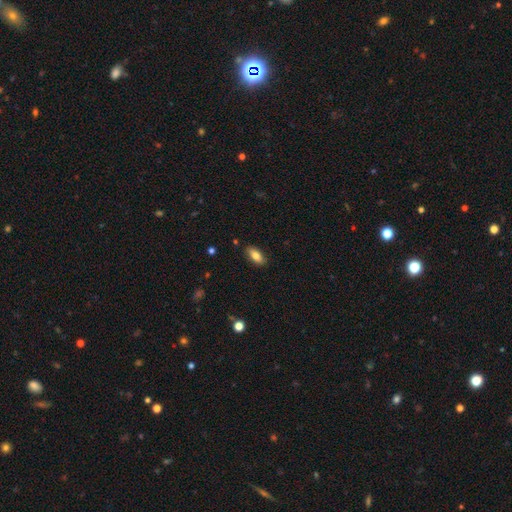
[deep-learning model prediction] A smooth galaxy with no disk features (80%) that is in between round and cigar-shaped (84%). Merging: none (87%).